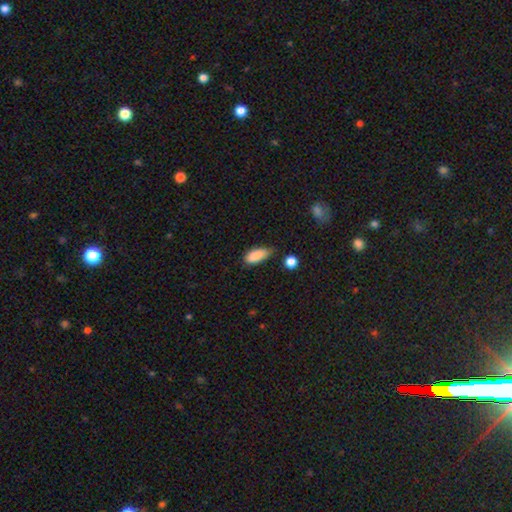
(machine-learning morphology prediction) Q: Smooth or featured?
A: smooth (87%); runner-up: star or artifact (8%)
Q: How rounded?
A: in between (85%); runner-up: cigar-shaped (12%)
Q: Merging?
A: none (49%); runner-up: minor disturbance (39%)